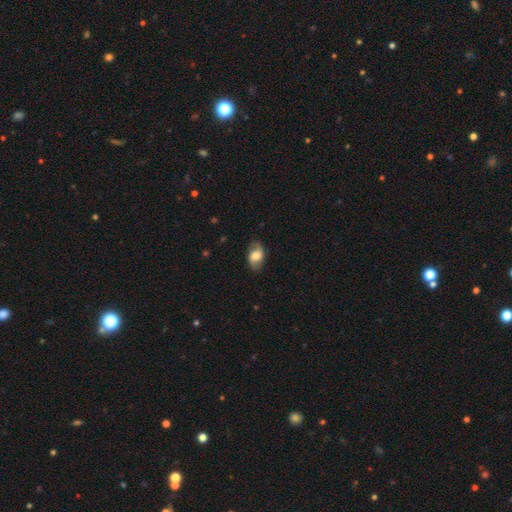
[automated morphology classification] smooth 57%, featured or disk 36%, star or artifact 8%. Down the decision tree: how rounded — in between (88%); merging — none (80%).